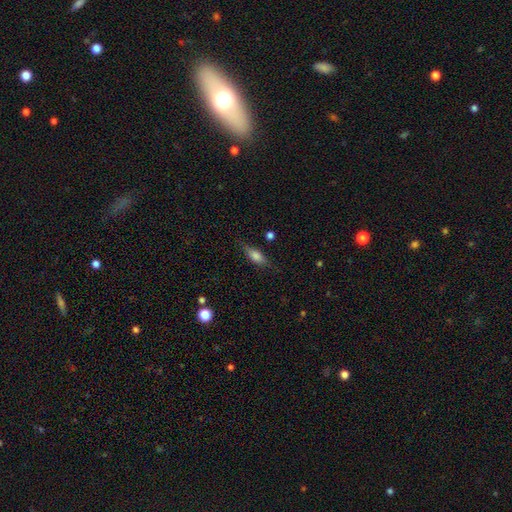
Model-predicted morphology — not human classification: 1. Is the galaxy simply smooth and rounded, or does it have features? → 71% smooth, 21% featured or disk, 8% star or artifact.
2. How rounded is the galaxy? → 65% in between, 31% cigar-shaped, 4% round.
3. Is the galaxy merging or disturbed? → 75% none, 18% minor disturbance, 5% major disturbance, 2% merger.